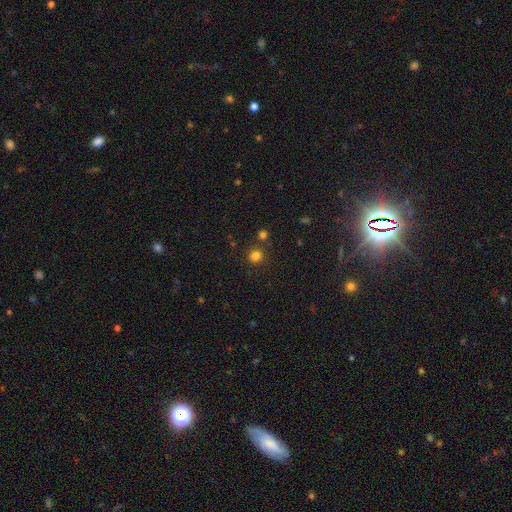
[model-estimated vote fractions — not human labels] Smooth or featured?
  - smooth: 80% *
  - star or artifact: 16%
  - featured or disk: 4%
How rounded?
  - round: 87% *
  - in between: 12%
  - cigar-shaped: 1%
Merging?
  - none: 81% *
  - merger: 8%
  - minor disturbance: 8%
  - major disturbance: 3%